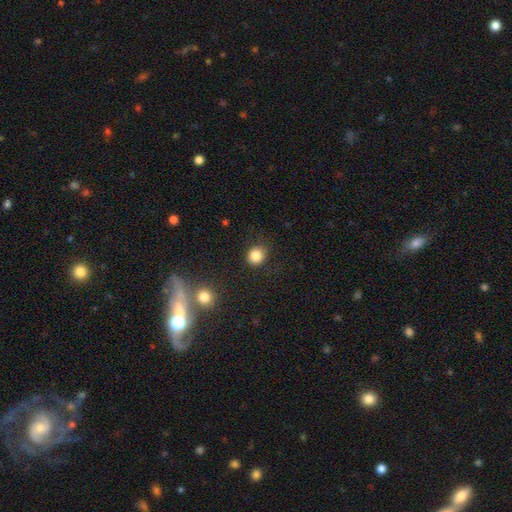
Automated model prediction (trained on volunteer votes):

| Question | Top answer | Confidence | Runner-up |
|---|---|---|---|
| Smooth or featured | smooth | 84% | star or artifact (11%) |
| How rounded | round | 81% | in between (18%) |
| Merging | none | 85% | minor disturbance (10%) |